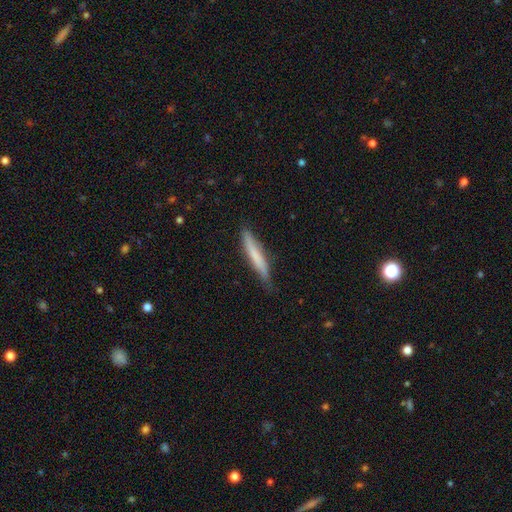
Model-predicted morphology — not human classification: A smooth galaxy with no disk features (66%) that is cigar-shaped (94%).

Vote fractions:
- Smooth or featured? smooth: 66% / featured or disk: 28% / star or artifact: 6%
- How rounded? cigar-shaped: 94% / in between: 5% / round: 1%
- Merging? none: 75% / minor disturbance: 21% / major disturbance: 3% / merger: 1%